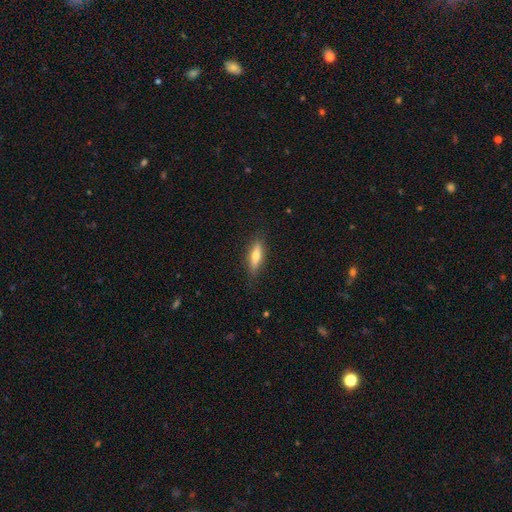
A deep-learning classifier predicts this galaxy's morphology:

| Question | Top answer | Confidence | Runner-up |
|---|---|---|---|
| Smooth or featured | smooth | 58% | featured or disk (35%) |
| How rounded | cigar-shaped | 61% | in between (37%) |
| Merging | none | 85% | minor disturbance (12%) |